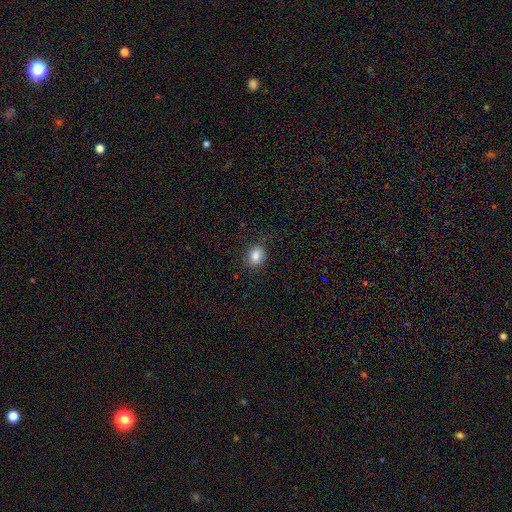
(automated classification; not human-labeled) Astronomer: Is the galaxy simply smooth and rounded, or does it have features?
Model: smooth — 84%.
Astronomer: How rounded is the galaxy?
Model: in between — 51% (runner-up: round, 48%).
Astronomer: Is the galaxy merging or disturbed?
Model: none — 80%.